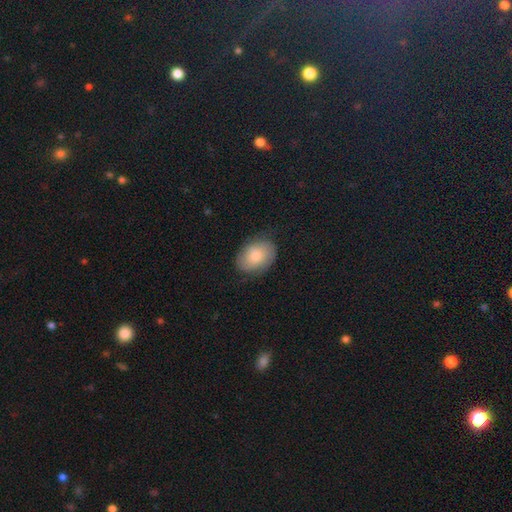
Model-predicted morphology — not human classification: smooth_or_featured: smooth (p=0.73) [alt: featured or disk p=0.21]
how_rounded: in between (p=0.77) [alt: round p=0.22]
merging: none (p=0.75) [alt: minor disturbance p=0.18]